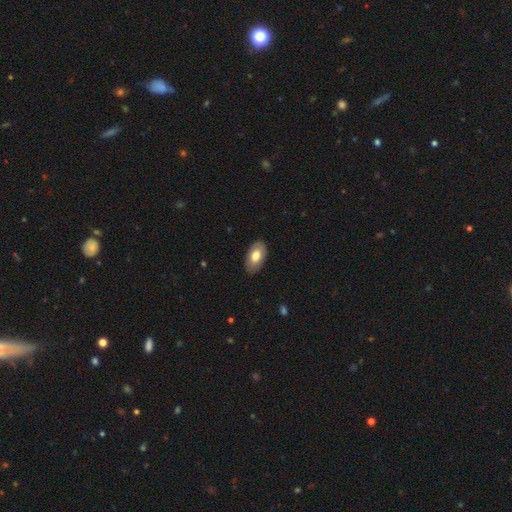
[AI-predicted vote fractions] Smooth or featured? Predicted: smooth (p=0.74). How rounded? Predicted: in between (p=0.95). Merging? Predicted: none (p=0.87).